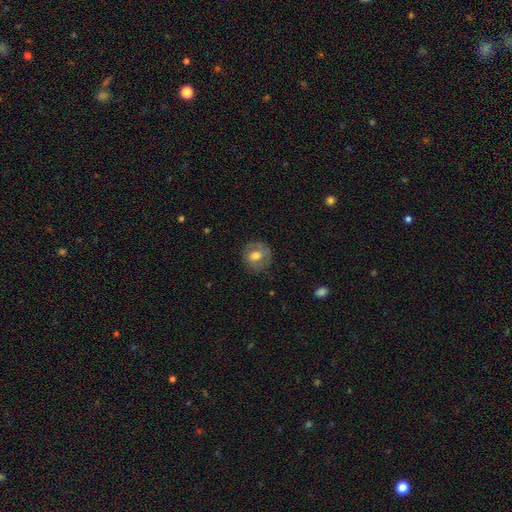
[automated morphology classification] smooth_or_featured: smooth (p=0.59) [alt: featured or disk p=0.33]
how_rounded: round (p=0.82) [alt: in between p=0.17]
merging: none (p=0.76) [alt: minor disturbance p=0.17]